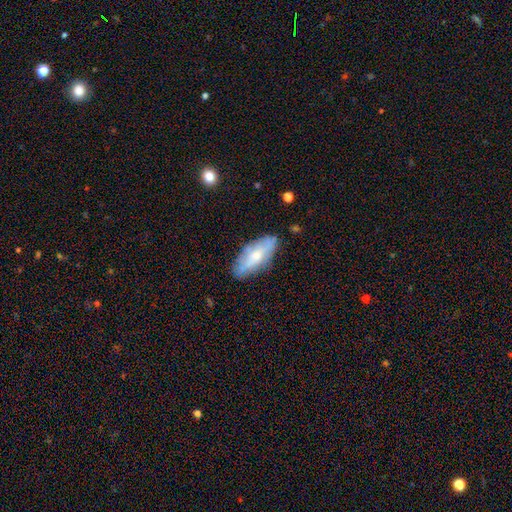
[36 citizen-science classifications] smooth_or_featured: smooth (p=0.58) [alt: featured or disk p=0.39]
how_rounded: in between (p=0.81) [alt: cigar-shaped p=0.14]
merging: none (p=0.83) [alt: minor disturbance p=0.09]